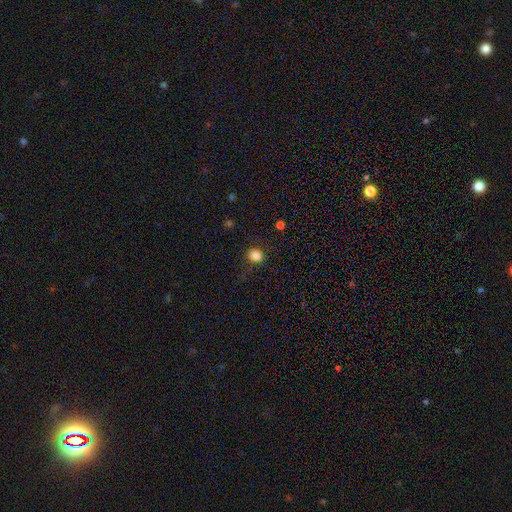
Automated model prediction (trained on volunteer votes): Smooth or featured? Predicted: smooth (p=0.83). How rounded? Predicted: round (p=0.77). Merging? Predicted: none (p=0.82).